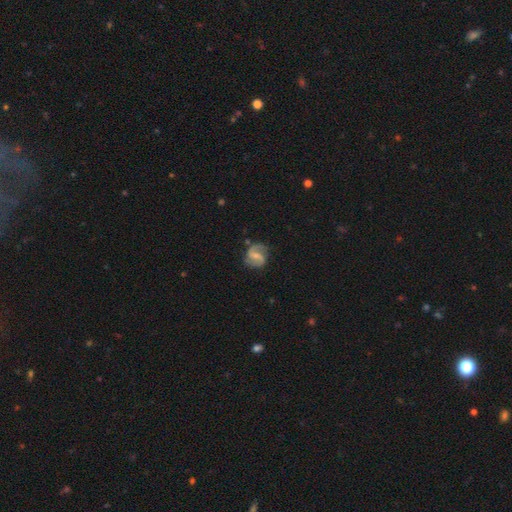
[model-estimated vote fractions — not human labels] A featured or disk galaxy (84%) with a weak bar (49%), 2 (90%) medium (51%) spiral arms (96%) and a small central bulge (49%).

Vote fractions:
- Smooth or featured? featured or disk: 84% / smooth: 11% / star or artifact: 5%
- Edge-on disk? no: 98% / yes: 2%
- Bar? weak: 49% / strong: 32% / no: 19%
- Spiral arms? yes: 96% / no: 4%
- Spiral winding? medium: 51% / loose: 30% / tight: 19%
- Spiral arm count? 2: 90% / can't tell: 3% / 1: 3% / 3: 1% / 4: 1% / more than 4: 1%
- Bulge size? small: 49% / moderate: 25% / none: 23% / large: 2% / dominant: 1%
- Merging? none: 75% / minor disturbance: 16% / major disturbance: 6% / merger: 2%